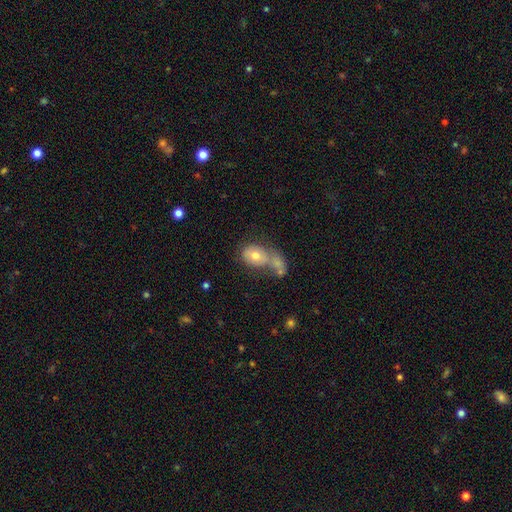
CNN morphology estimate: A smooth galaxy with no disk features (67%) that is in between round and cigar-shaped (59%). Merging: merger (54%).